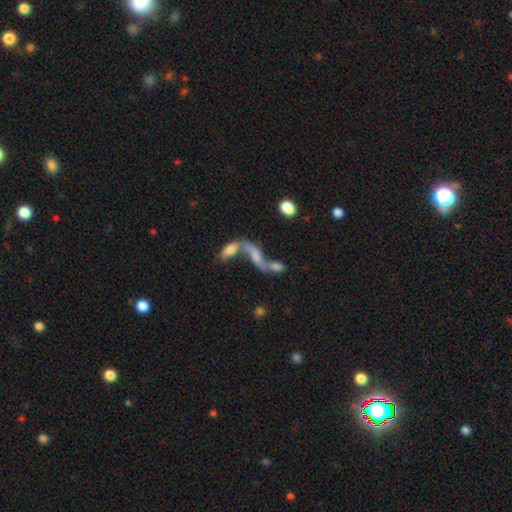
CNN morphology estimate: A featured or disk galaxy (49%). Merging: merger (62%).